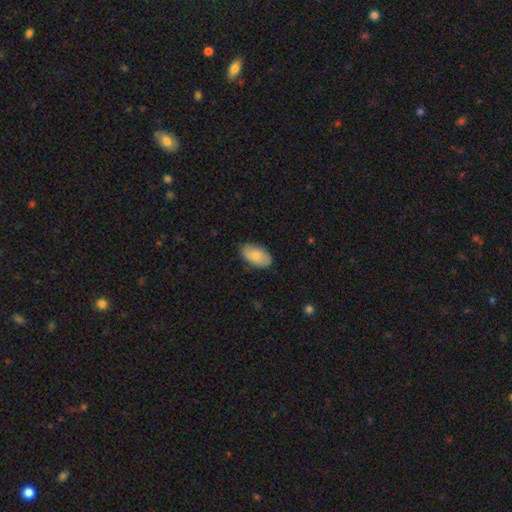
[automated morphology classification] This is likely a smooth galaxy (78%). How rounded: clearly in between (94%). Merging: clearly none (82%).